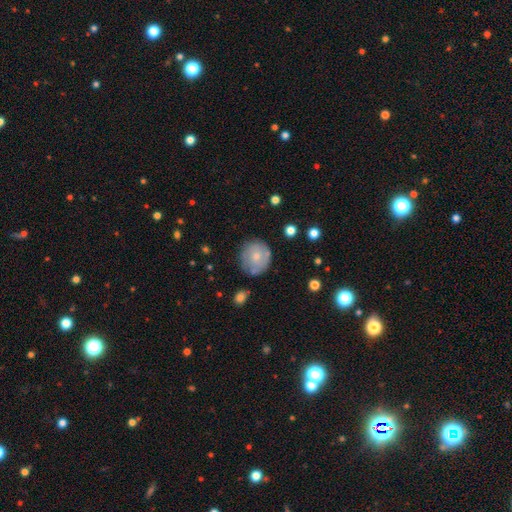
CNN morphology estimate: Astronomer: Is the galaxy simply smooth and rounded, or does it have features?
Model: smooth — 53% (runner-up: featured or disk, 40%).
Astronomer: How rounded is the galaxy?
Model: round — 82%.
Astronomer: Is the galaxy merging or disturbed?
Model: none — 70%.